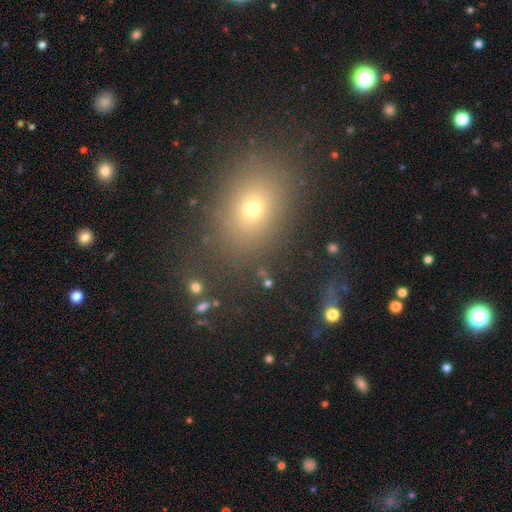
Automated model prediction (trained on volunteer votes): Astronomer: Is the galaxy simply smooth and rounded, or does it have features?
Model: smooth — 63%.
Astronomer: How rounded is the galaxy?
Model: in between — 60% (runner-up: round, 38%).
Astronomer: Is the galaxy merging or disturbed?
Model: none — 86%.